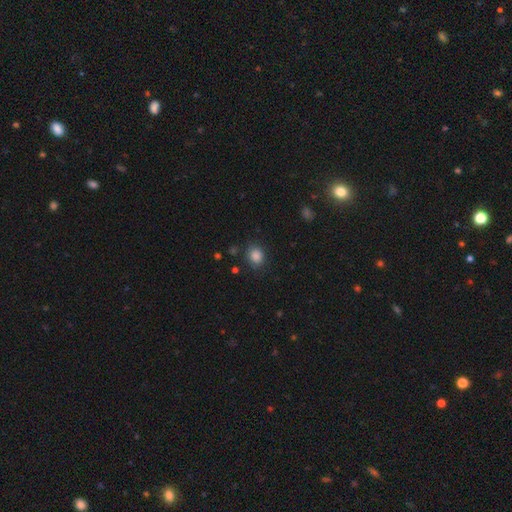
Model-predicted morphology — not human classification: A smooth galaxy with no disk features (85%) that is round (64%).

Vote fractions:
- Smooth or featured? smooth: 85% / star or artifact: 11% / featured or disk: 4%
- How rounded? round: 64% / in between: 35% / cigar-shaped: 1%
- Merging? none: 83% / minor disturbance: 12% / major disturbance: 4% / merger: 2%